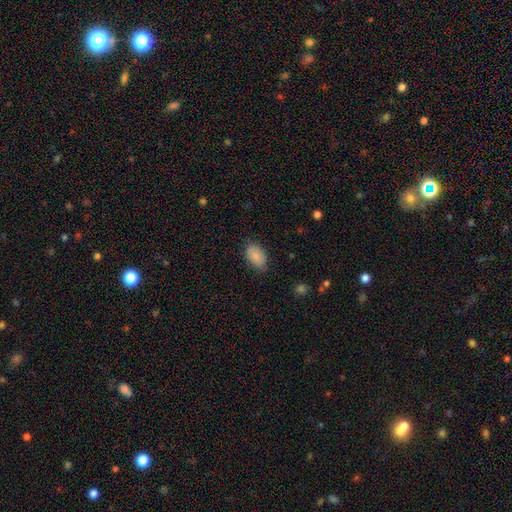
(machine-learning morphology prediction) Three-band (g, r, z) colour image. It shows a smooth galaxy with no disk features (85%) that is in between round and cigar-shaped (91%). Merging: none (77%).